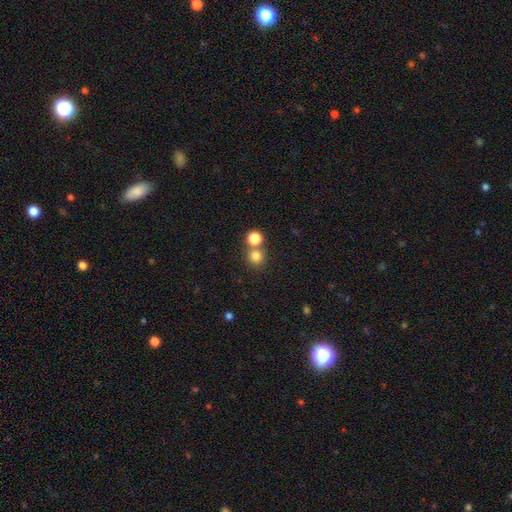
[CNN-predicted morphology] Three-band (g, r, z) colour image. It shows a smooth galaxy with no disk features (79%) that is round (91%). Merging: none (62%).